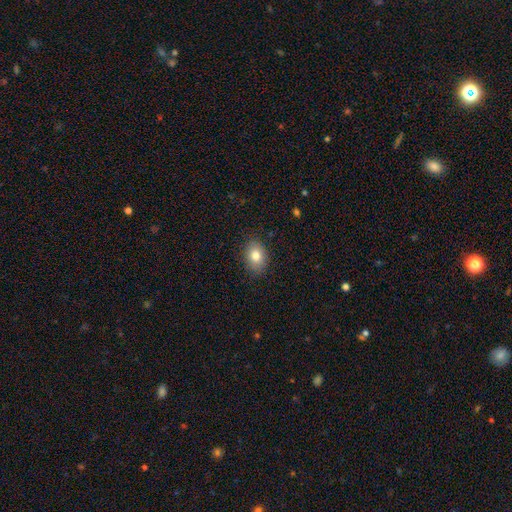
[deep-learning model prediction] The model was most divided on "how rounded": in between: 74%, round: 25%, cigar-shaped: 1%. More confident: merging — none (86%); smooth or featured — smooth (81%).